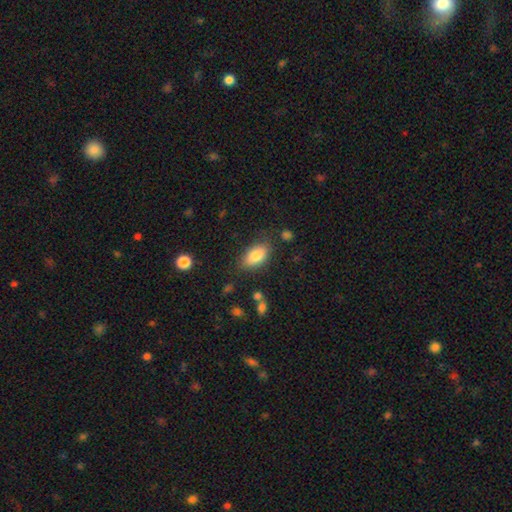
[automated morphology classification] smooth_or_featured: smooth (p=0.83) [alt: featured or disk p=0.09]
how_rounded: in between (p=0.91) [alt: cigar-shaped p=0.05]
merging: none (p=0.78) [alt: minor disturbance p=0.15]